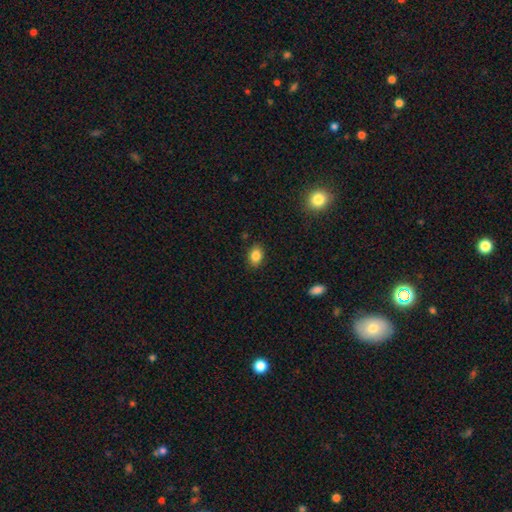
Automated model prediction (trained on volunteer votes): Overall: smooth (85%). How rounded: in between (78%). Merging: none (87%).